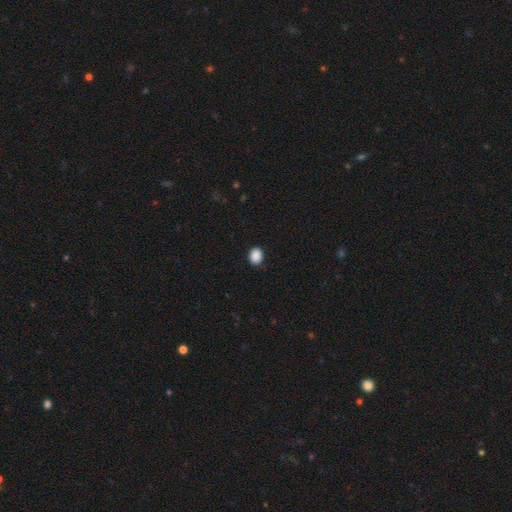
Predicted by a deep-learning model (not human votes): This is clearly a smooth galaxy (89%). How rounded: possibly in between (57%). Merging: clearly none (85%).